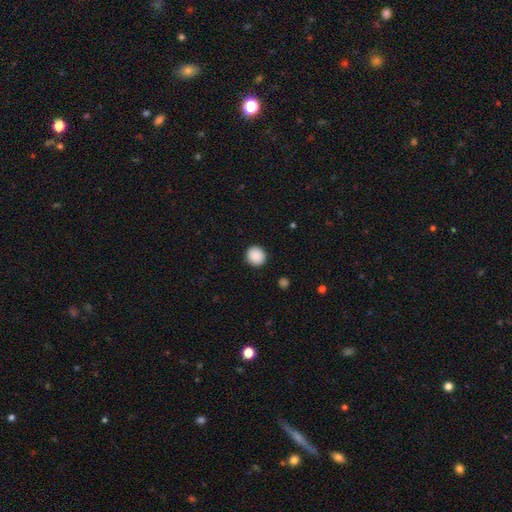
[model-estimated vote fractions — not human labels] Morphology: type=smooth (89%); roundness=round (91%); merging=none (91%).